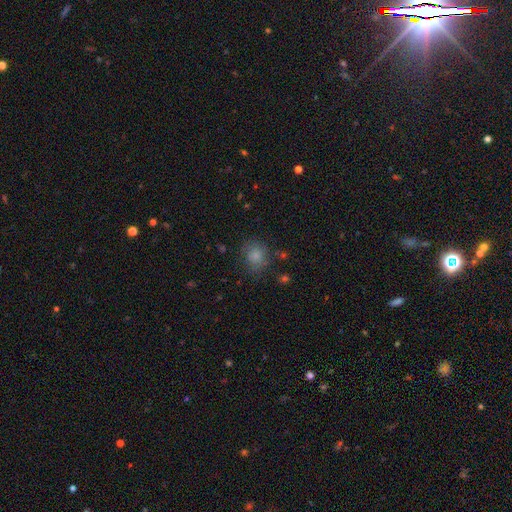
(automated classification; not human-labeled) Smooth or featured? Predicted: smooth (p=0.80). How rounded? Predicted: round (p=0.71). Merging? Predicted: none (p=0.68).